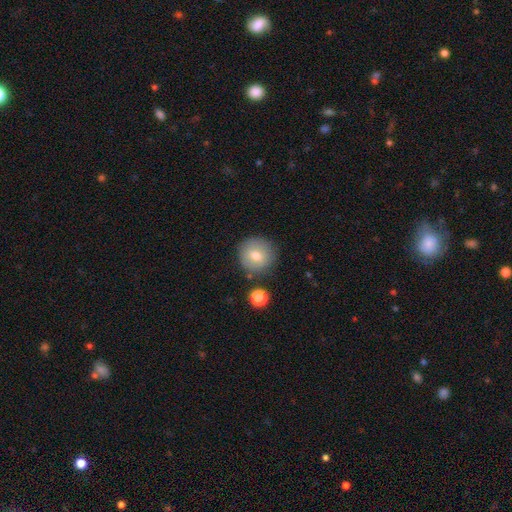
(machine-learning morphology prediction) smooth 75%, featured or disk 16%, star or artifact 9%. Down the decision tree: how rounded — round (93%); merging — none (81%).